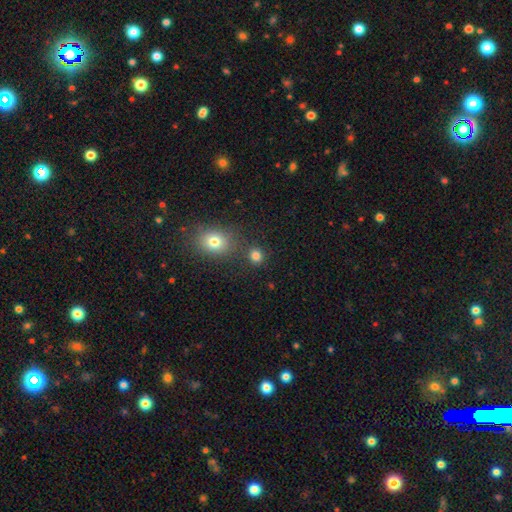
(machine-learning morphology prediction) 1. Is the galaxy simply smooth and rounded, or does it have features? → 81% smooth, 14% star or artifact, 5% featured or disk.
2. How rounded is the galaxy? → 77% round, 22% in between, 1% cigar-shaped.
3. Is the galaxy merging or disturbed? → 77% none, 11% merger, 9% minor disturbance, 4% major disturbance.